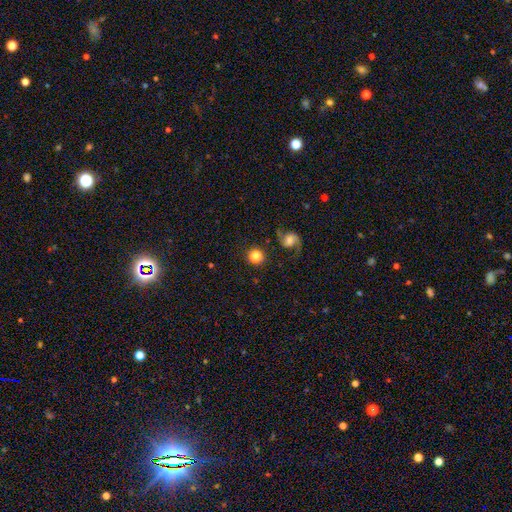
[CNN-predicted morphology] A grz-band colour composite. It shows a smooth galaxy with no disk features (80%) that is round (93%). Merging: none (83%).